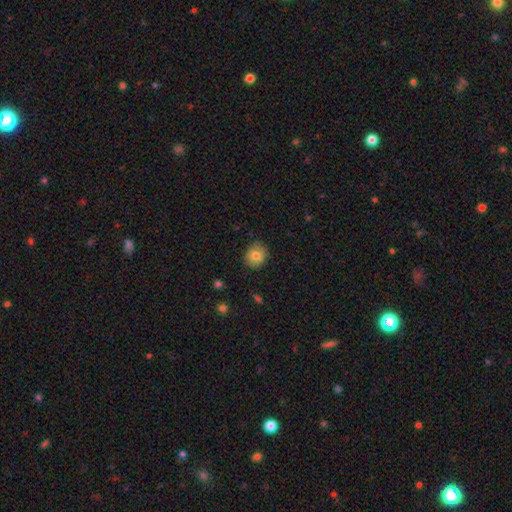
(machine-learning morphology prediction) smooth_or_featured: smooth (p=0.79) [alt: featured or disk p=0.13]
how_rounded: round (p=0.73) [alt: in between p=0.26]
merging: none (p=0.82) [alt: minor disturbance p=0.15]